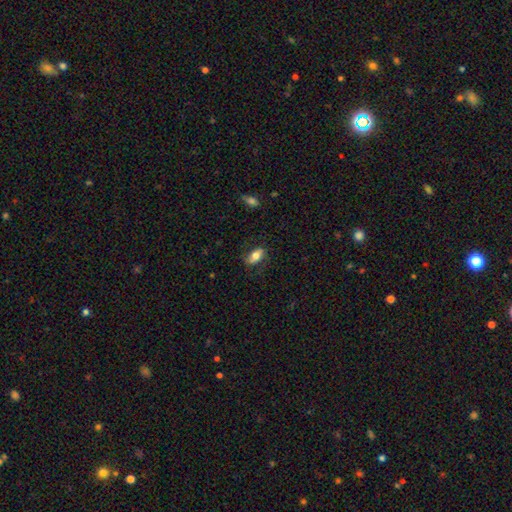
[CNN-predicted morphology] The model was most divided on "smooth or featured": smooth: 66%, featured or disk: 27%, star or artifact: 7%. More confident: how rounded — in between (87%); merging — none (71%).